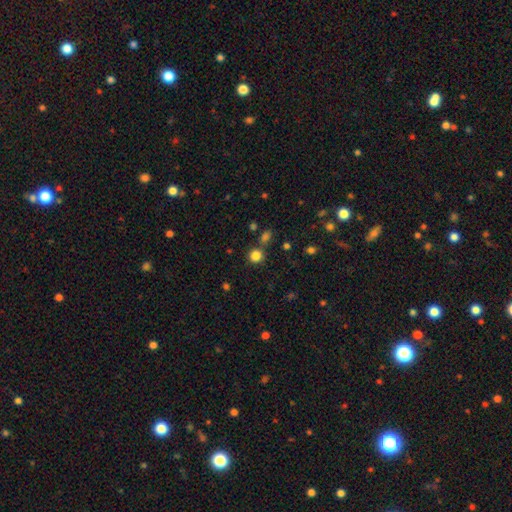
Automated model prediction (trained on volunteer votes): Smooth or featured? Predicted: smooth (p=0.83). How rounded? Predicted: round (p=0.91). Merging? Predicted: none (p=0.79).